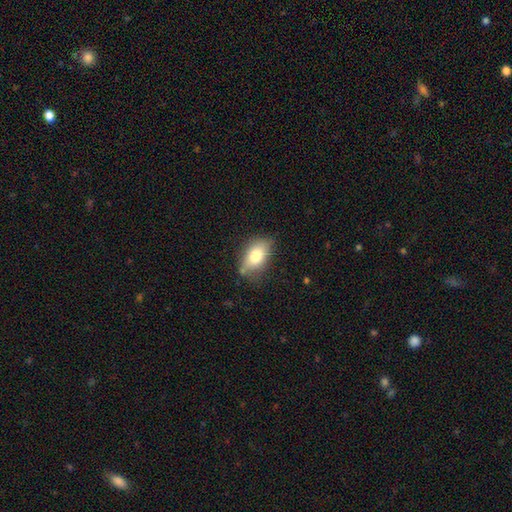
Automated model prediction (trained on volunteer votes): Smooth or featured: smooth — 77% (featured or disk — 16%)
How rounded: in between — 89% (round — 8%)
Merging: none — 69% (minor disturbance — 23%)